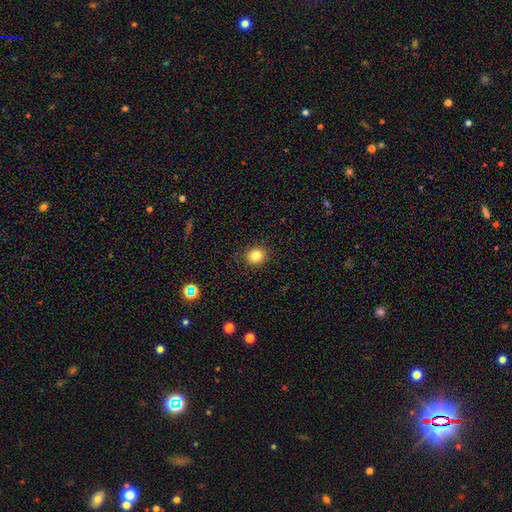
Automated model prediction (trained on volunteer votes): smooth 81%, star or artifact 12%, featured or disk 7%. Down the decision tree: how rounded — round (74%); merging — none (89%).